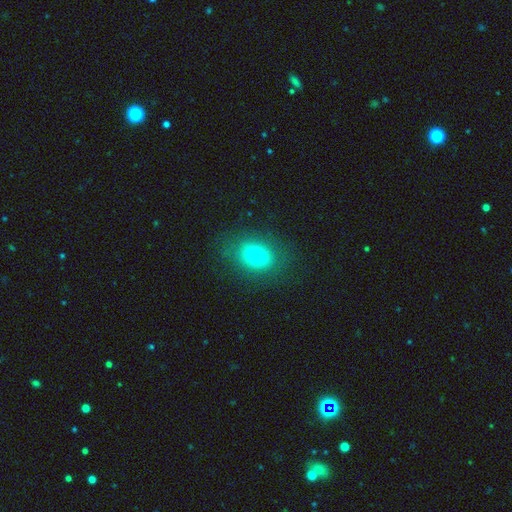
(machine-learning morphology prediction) smooth 75%, featured or disk 13%, star or artifact 12%. Down the decision tree: how rounded — in between (57%); merging — none (83%).